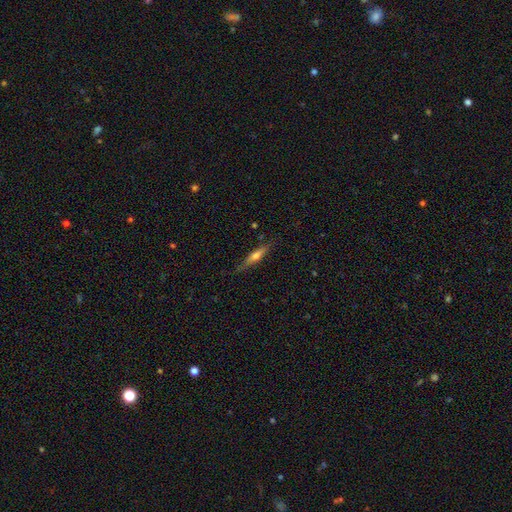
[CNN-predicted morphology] This is possibly a featured or disk galaxy (50%). It is clearly viewed edge-on (92%). Merging: likely none (76%).